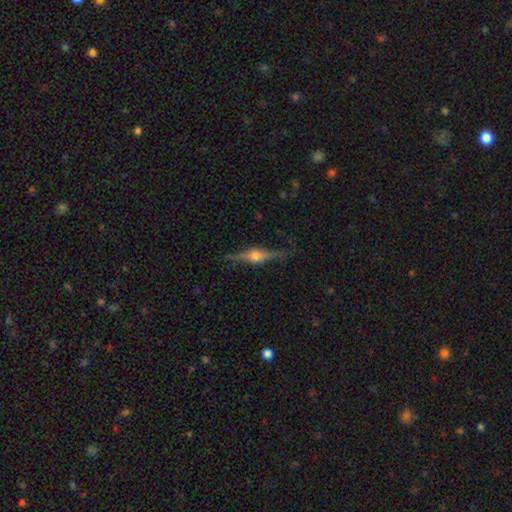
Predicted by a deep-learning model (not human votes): smooth_or_featured: featured or disk (p=0.79) [alt: smooth p=0.14]
disk_edge_on: yes (p=0.97) [alt: no p=0.03]
edge_on_bulge: rounded (p=0.94) [alt: boxy p=0.05]
merging: none (p=0.84) [alt: minor disturbance p=0.12]